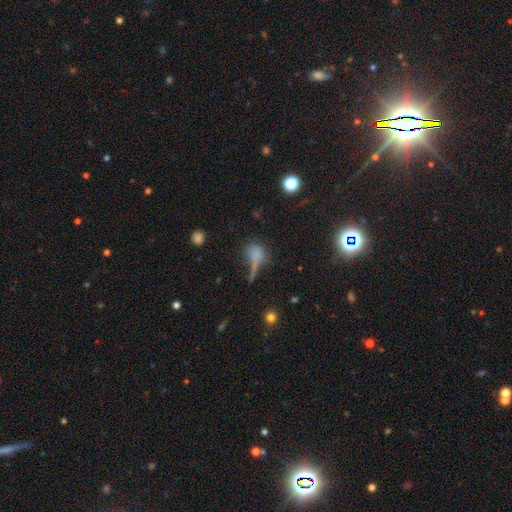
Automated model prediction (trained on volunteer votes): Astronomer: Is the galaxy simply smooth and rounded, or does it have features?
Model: smooth — 64%.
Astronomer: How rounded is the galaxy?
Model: in between — 45% (runner-up: round, 43%).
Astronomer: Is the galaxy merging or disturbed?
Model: none — 41% (runner-up: major disturbance, 25%).